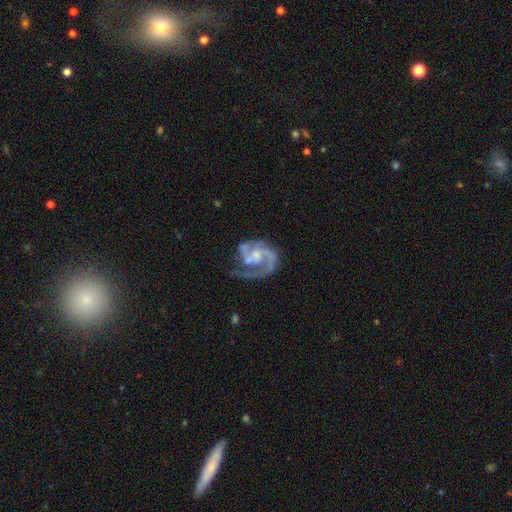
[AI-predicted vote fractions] A featured or disk galaxy (88%) with no bar (51%), 2 (58%) medium (51%) spiral arms (95%) and a small central bulge (44%). Merging: none (48%).